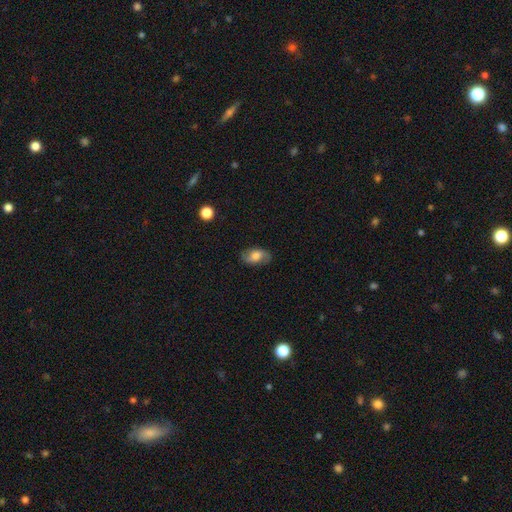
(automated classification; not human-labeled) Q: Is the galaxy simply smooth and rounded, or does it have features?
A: smooth — 55%.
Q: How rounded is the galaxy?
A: in between — 89%.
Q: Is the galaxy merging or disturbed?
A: none — 79%.